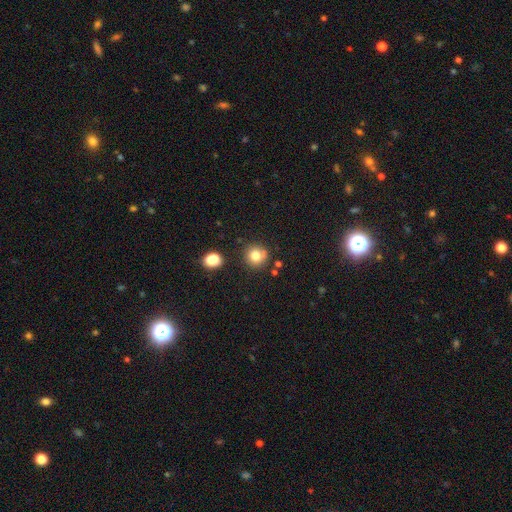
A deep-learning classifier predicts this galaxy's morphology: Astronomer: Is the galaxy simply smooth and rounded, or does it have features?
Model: smooth — 78%.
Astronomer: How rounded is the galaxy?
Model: round — 90%.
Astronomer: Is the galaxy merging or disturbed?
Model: none — 76%.